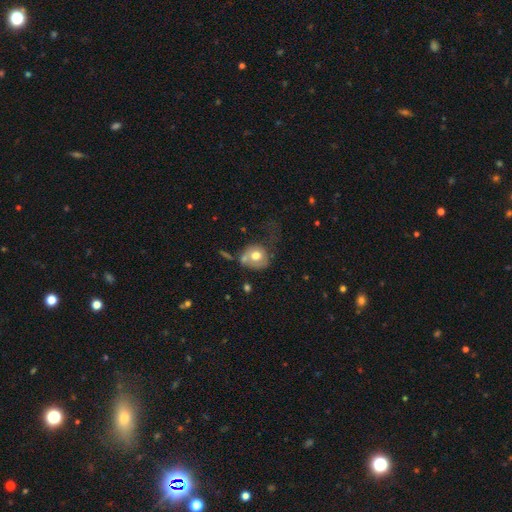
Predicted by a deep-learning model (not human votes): Smooth or featured: smooth — 66% (featured or disk — 26%)
How rounded: round — 76% (in between — 23%)
Merging: none — 33% (major disturbance — 25%)